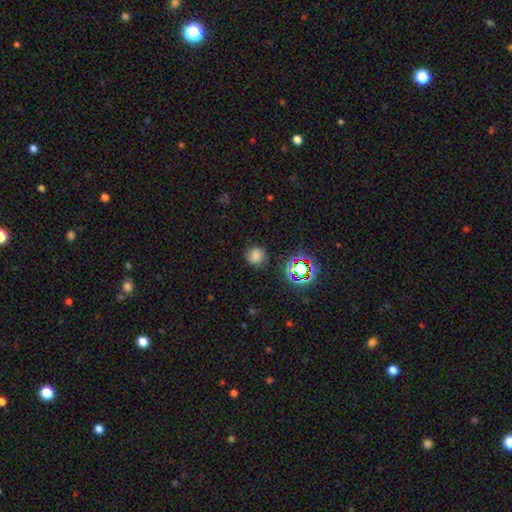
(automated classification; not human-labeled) smooth_or_featured: smooth (p=0.69) [alt: star or artifact p=0.21]
how_rounded: round (p=0.87) [alt: in between p=0.12]
merging: none (p=0.76) [alt: minor disturbance p=0.16]